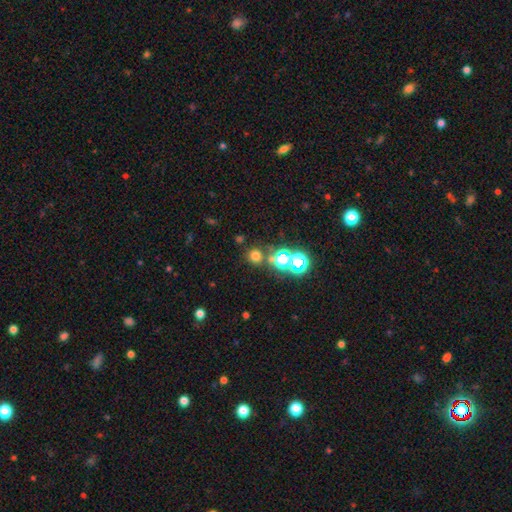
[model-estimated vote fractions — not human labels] smooth_or_featured: smooth (p=0.64) [alt: star or artifact p=0.30]
how_rounded: round (p=0.90) [alt: in between p=0.09]
merging: none (p=0.76) [alt: merger p=0.12]